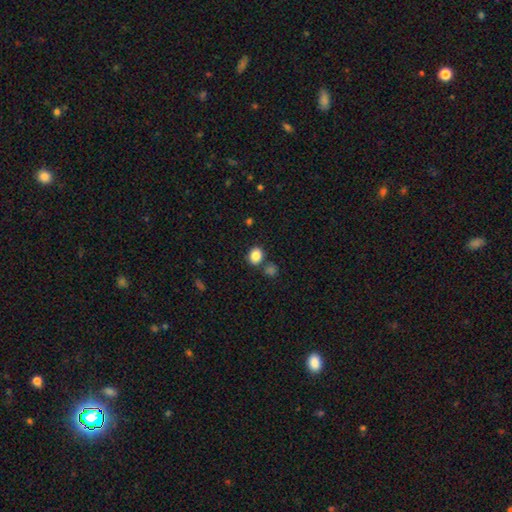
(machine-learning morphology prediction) smooth_or_featured: smooth (p=0.86) [alt: star or artifact p=0.10]
how_rounded: round (p=0.59) [alt: in between p=0.40]
merging: none (p=0.74) [alt: merger p=0.12]